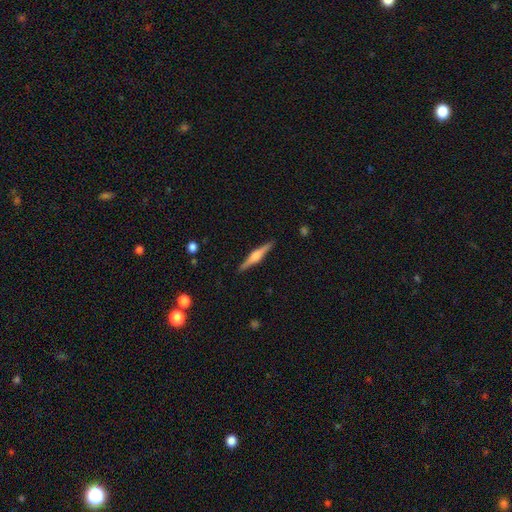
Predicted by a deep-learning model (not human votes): Overall: featured or disk (72%). Edge-on disk: yes (98%). Edge-on bulge: rounded (84%). Merging: none (91%).